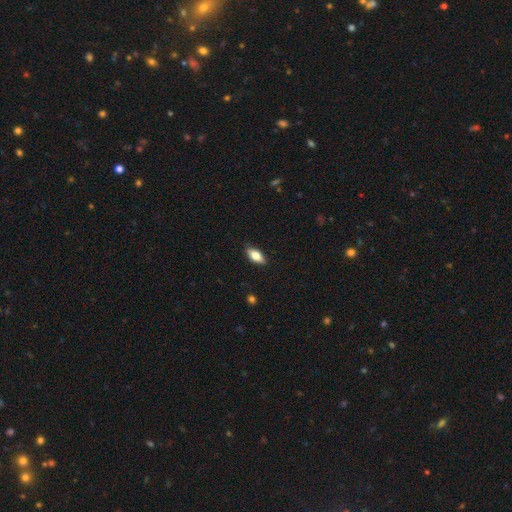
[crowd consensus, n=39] smooth_or_featured: smooth (p=0.56) [alt: featured or disk p=0.38]
how_rounded: in between (p=0.82) [alt: cigar-shaped p=0.18]
merging: none (p=0.86) [alt: minor disturbance p=0.11]